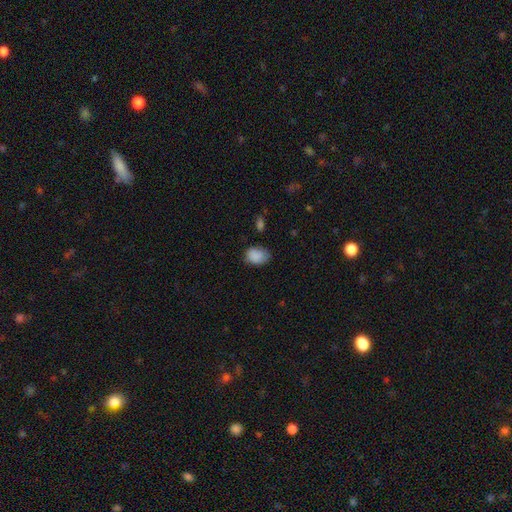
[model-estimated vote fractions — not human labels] Smooth or featured?
  - smooth: 87% *
  - star or artifact: 8%
  - featured or disk: 5%
How rounded?
  - in between: 71% *
  - round: 28%
  - cigar-shaped: 1%
Merging?
  - none: 67% *
  - minor disturbance: 26%
  - major disturbance: 5%
  - merger: 2%